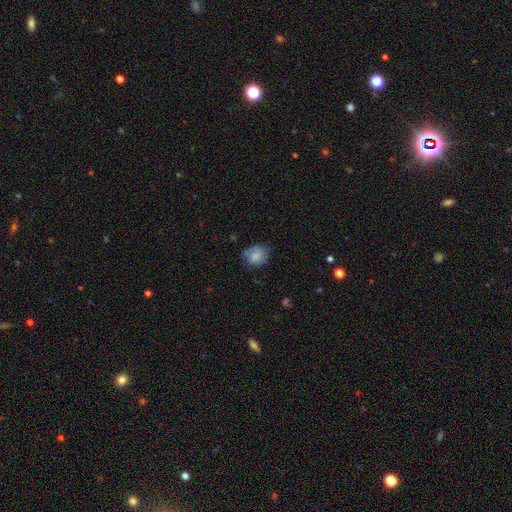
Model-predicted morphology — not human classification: Q: Smooth or featured?
A: smooth (80%); runner-up: featured or disk (12%)
Q: How rounded?
A: round (71%); runner-up: in between (28%)
Q: Merging?
A: none (66%); runner-up: minor disturbance (25%)